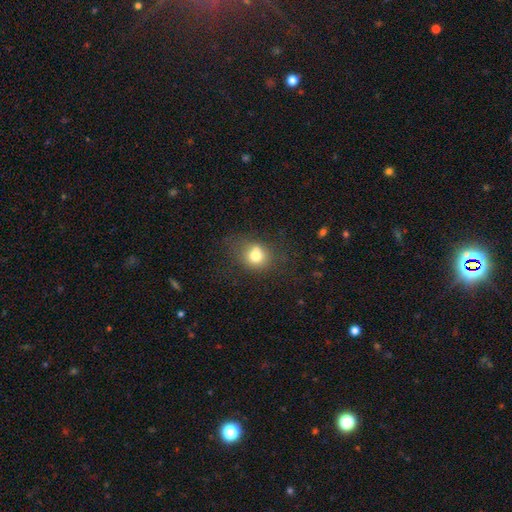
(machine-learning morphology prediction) Smooth or featured? smooth (72%)
How rounded? round (68%)
Merging? none (54%)